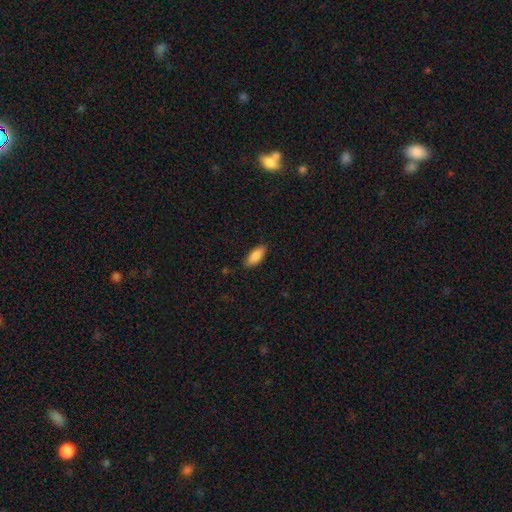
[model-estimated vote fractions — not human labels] Smooth or featured? smooth (88%)
How rounded? in between (79%)
Merging? none (85%)